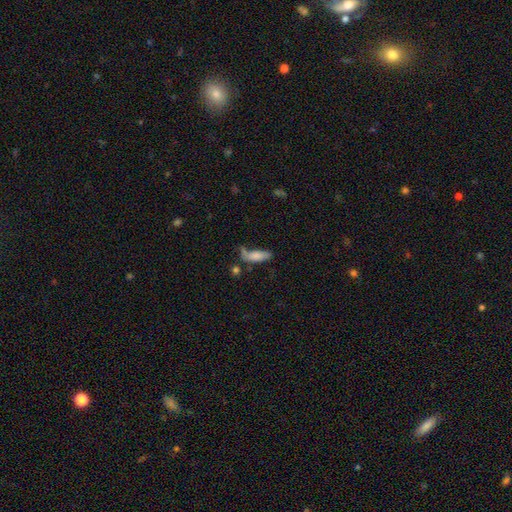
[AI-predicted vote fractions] smooth-or-featured: smooth: 75% | featured or disk: 17% | star or artifact: 8%
  how-rounded: in between: 60% | cigar-shaped: 37% | round: 3%
  merging: none: 41% | minor disturbance: 27% | major disturbance: 18% | merger: 14%